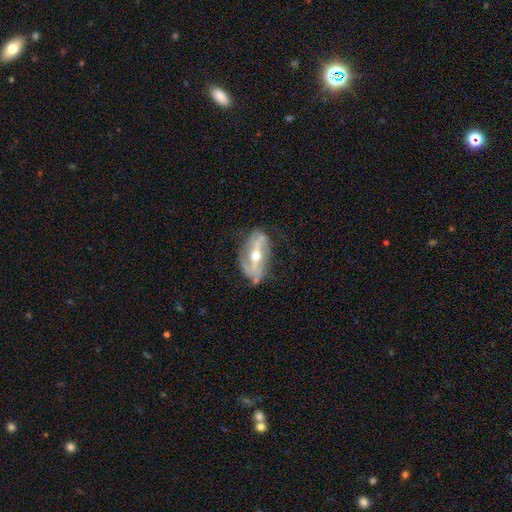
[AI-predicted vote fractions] smooth_or_featured: featured or disk (p=0.84) [alt: smooth p=0.10]
disk_edge_on: no (p=0.89) [alt: yes p=0.11]
bar: strong (p=0.47) [alt: weak p=0.28]
has_spiral_arms: yes (p=0.84) [alt: no p=0.16]
spiral_winding: loose (p=0.51) [alt: medium p=0.32]
spiral_arm_count: 2 (p=0.75) [alt: can't tell p=0.13]
bulge_size: moderate (p=0.68) [alt: small p=0.28]
merging: none (p=0.59) [alt: minor disturbance p=0.25]